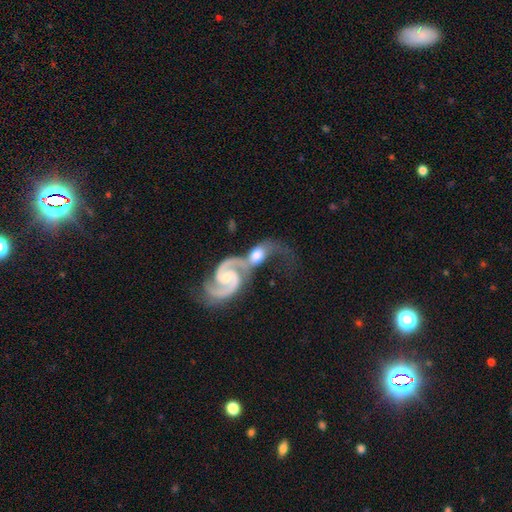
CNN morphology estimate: Smooth or featured: featured or disk — 77% (smooth — 18%)
Edge-on disk: no — 96% (yes — 4%)
Bar: no — 53% (weak — 36%)
Spiral arms: yes — 95% (no — 5%)
Spiral winding: medium — 52% (loose — 30%)
Spiral arm count: 2 — 90% (can't tell — 3%)
Bulge size: moderate — 42% (small — 40%)
Merging: merger — 68% (none — 17%)